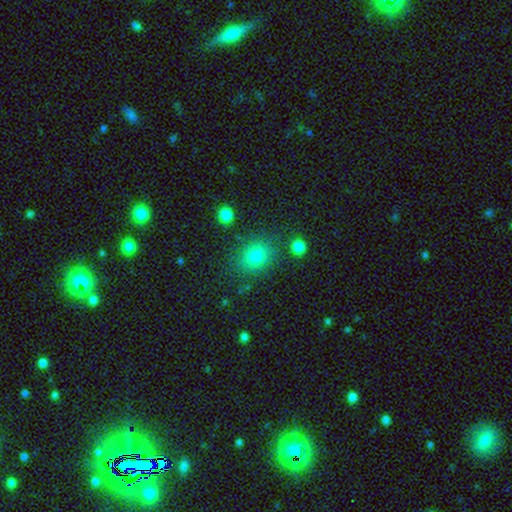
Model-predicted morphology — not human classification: Smooth or featured?
  - smooth: 79% *
  - star or artifact: 14%
  - featured or disk: 7%
How rounded?
  - round: 66% *
  - in between: 33%
  - cigar-shaped: 1%
Merging?
  - none: 80% *
  - minor disturbance: 11%
  - major disturbance: 5%
  - merger: 5%